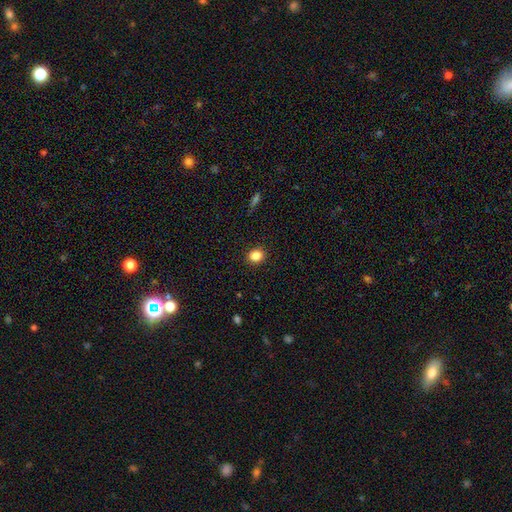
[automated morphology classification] Q: Smooth or featured?
A: smooth (86%); runner-up: star or artifact (10%)
Q: How rounded?
A: round (66%); runner-up: in between (33%)
Q: Merging?
A: none (90%); runner-up: minor disturbance (7%)